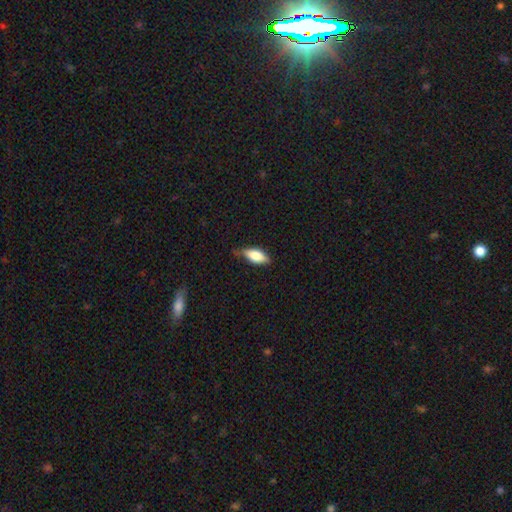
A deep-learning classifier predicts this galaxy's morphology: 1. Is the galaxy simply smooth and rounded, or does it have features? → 76% smooth, 17% featured or disk, 7% star or artifact.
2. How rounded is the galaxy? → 84% in between, 14% cigar-shaped, 3% round.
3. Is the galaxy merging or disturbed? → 61% none, 31% minor disturbance, 6% major disturbance, 2% merger.